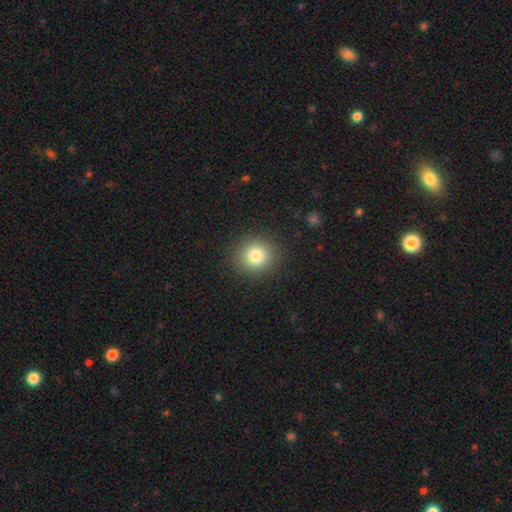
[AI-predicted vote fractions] Smooth or featured? Predicted: smooth (p=0.81). How rounded? Predicted: round (p=0.89). Merging? Predicted: none (p=0.90).